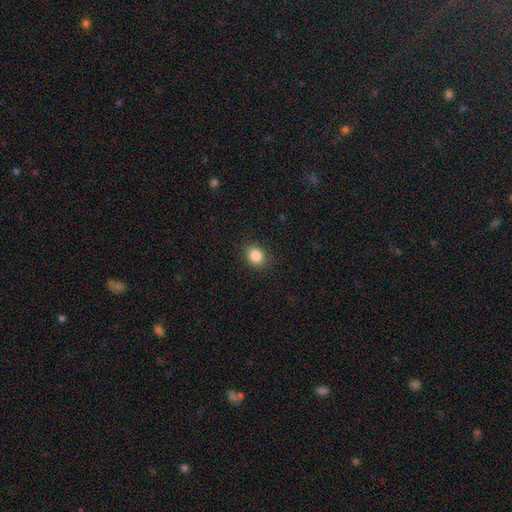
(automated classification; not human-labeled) smooth_or_featured: smooth (p=0.86) [alt: star or artifact p=0.10]
how_rounded: round (p=0.59) [alt: in between p=0.40]
merging: none (p=0.88) [alt: minor disturbance p=0.08]